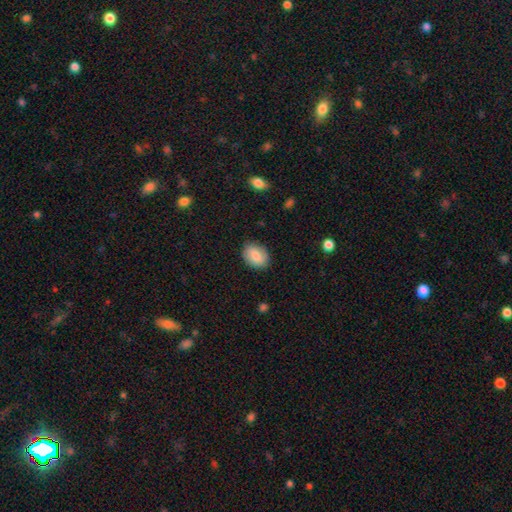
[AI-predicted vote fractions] A smooth galaxy with no disk features (82%) that is in between round and cigar-shaped (71%). Merging: none (85%).